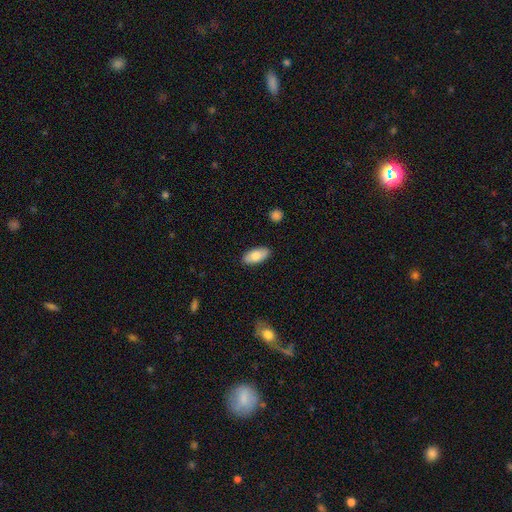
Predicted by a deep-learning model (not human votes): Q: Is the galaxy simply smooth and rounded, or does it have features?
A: smooth — 79%.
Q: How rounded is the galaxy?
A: in between — 91%.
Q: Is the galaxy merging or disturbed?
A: none — 88%.